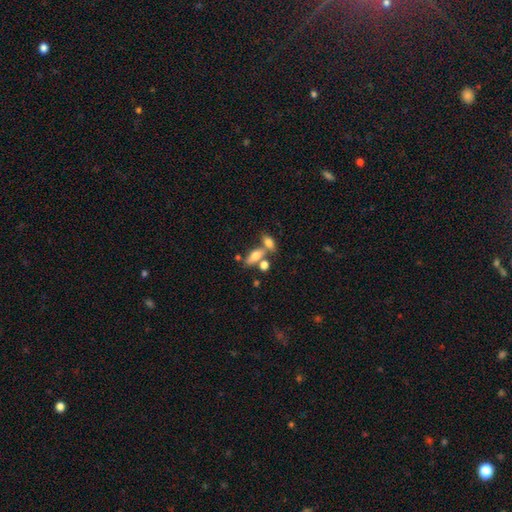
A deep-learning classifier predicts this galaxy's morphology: type=smooth (68%); roundness=in between (77%); merging=none (48%).